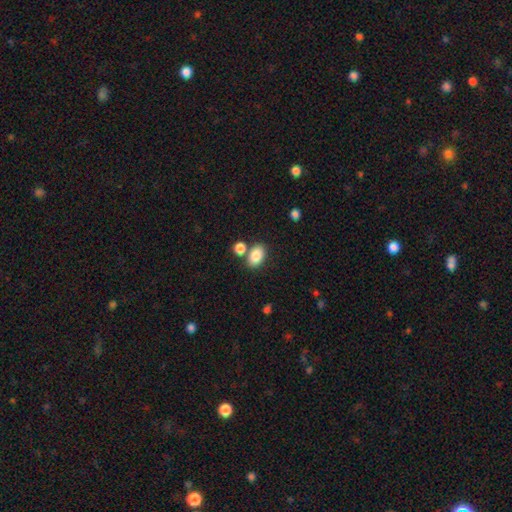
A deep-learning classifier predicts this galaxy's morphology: This appears to be a smooth galaxy with no disk features (86%) that is in between round and cigar-shaped (84%). Merging: none (65%).